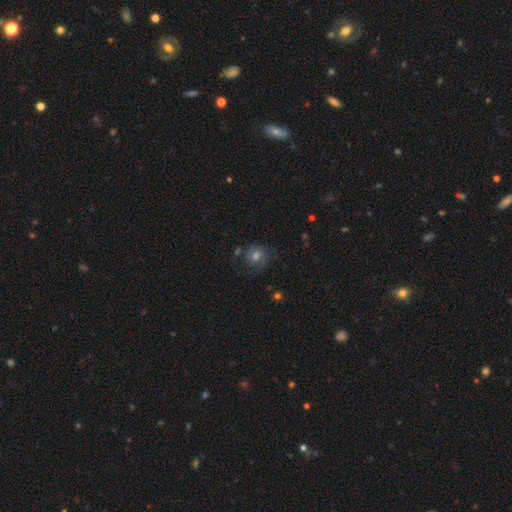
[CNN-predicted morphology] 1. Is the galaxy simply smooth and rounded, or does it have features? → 47% featured or disk, 36% smooth, 16% star or artifact.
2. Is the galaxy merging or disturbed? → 65% none, 18% minor disturbance, 13% major disturbance, 4% merger.